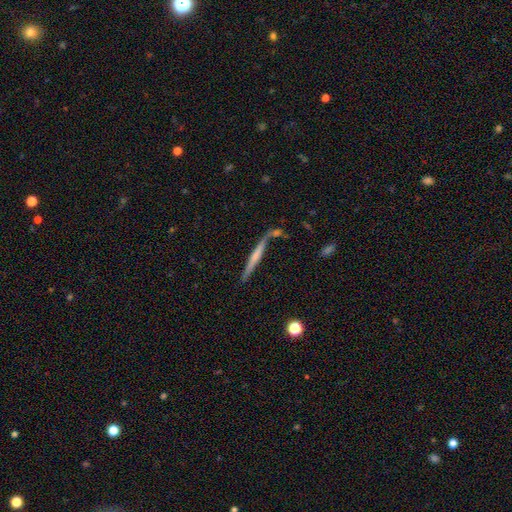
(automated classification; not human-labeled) The model was most divided on "smooth or featured": featured or disk: 55%, smooth: 38%, star or artifact: 7%. More confident: edge-on disk — yes (94%); merging — none (63%); edge-on bulge — none (53%).